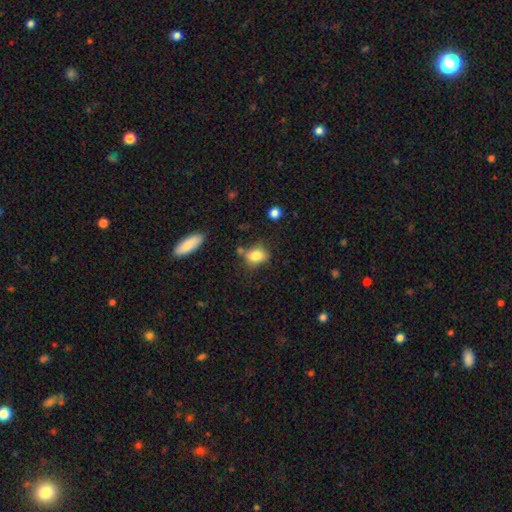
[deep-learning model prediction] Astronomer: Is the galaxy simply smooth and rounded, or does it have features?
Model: smooth — 82%.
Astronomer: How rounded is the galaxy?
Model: in between — 67%.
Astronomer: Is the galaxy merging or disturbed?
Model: none — 64%.